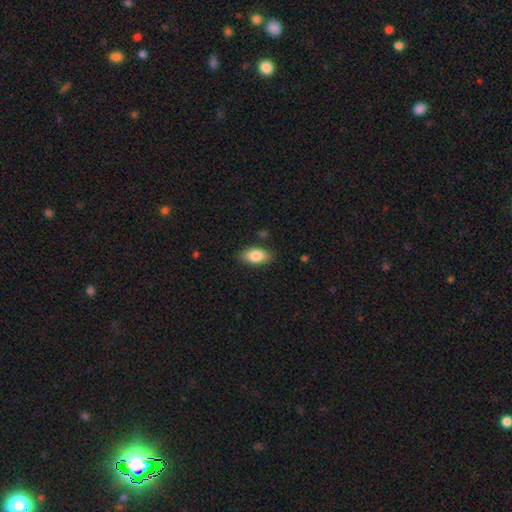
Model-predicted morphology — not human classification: Smooth or featured? Predicted: smooth (p=0.85). How rounded? Predicted: in between (p=0.91). Merging? Predicted: none (p=0.84).